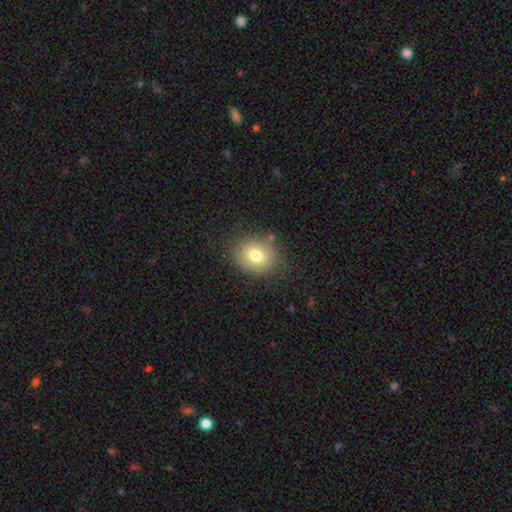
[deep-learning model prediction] smooth 75%, featured or disk 15%, star or artifact 10%. Down the decision tree: how rounded — round (54%); merging — none (80%).